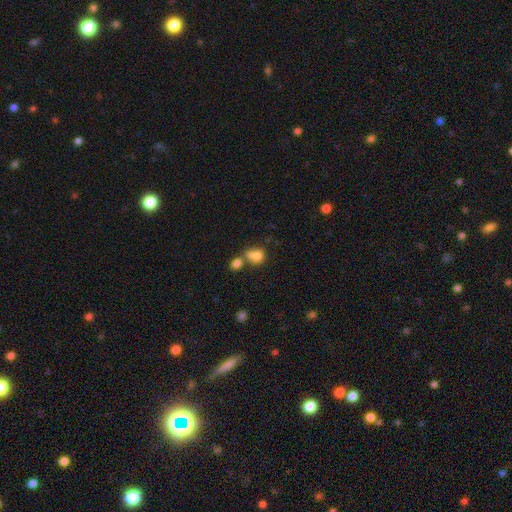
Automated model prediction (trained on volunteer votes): The model was most divided on "merging": merger: 55%, none: 31%, minor disturbance: 10%, major disturbance: 5%. More confident: smooth or featured — smooth (78%); how rounded — round (62%).